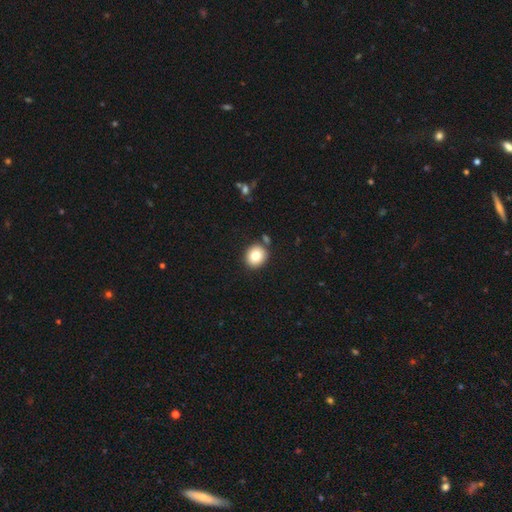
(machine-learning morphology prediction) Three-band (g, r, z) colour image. It shows a smooth galaxy with no disk features (80%) that is round (81%). Merging: none (83%).